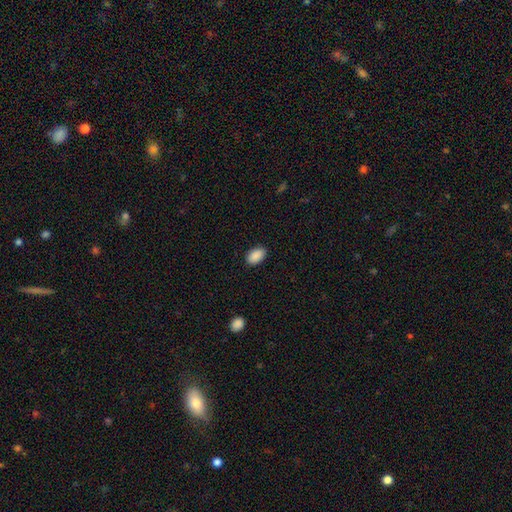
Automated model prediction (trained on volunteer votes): Smooth or featured? Predicted: smooth (p=0.91). How rounded? Predicted: in between (p=0.92). Merging? Predicted: none (p=0.88).